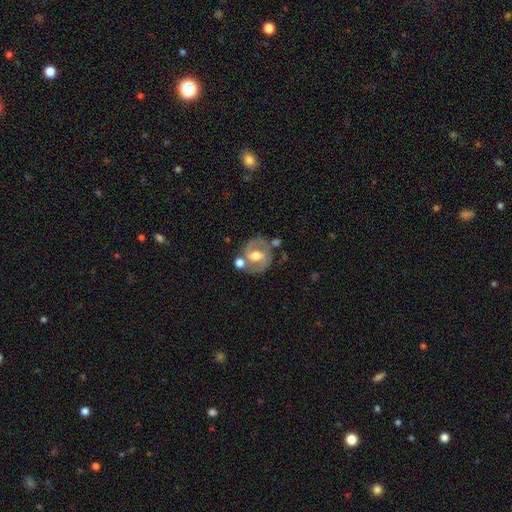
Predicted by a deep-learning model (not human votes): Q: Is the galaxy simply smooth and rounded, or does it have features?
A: featured or disk — 77%.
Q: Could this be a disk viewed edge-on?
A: no — 97%.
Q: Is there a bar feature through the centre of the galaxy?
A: weak — 47%.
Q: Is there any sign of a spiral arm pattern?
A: yes — 86%.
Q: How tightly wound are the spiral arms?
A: medium — 51%.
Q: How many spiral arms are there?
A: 2 — 86%.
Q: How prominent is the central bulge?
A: moderate — 72%.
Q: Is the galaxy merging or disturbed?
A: none — 66%.